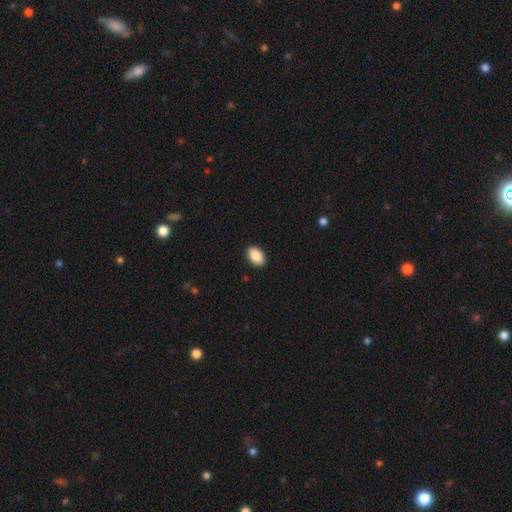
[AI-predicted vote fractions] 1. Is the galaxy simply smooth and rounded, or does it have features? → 89% smooth, 7% star or artifact, 4% featured or disk.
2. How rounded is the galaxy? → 89% in between, 10% round, 1% cigar-shaped.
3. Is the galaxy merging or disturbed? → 91% none, 7% minor disturbance, 2% major disturbance, 1% merger.